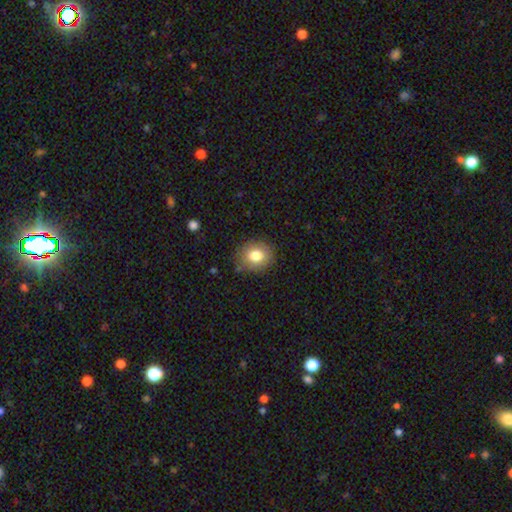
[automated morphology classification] smooth-or-featured: smooth: 80% | featured or disk: 11% | star or artifact: 9%
  how-rounded: round: 68% | in between: 31% | cigar-shaped: 1%
  merging: none: 82% | minor disturbance: 13% | major disturbance: 3% | merger: 2%